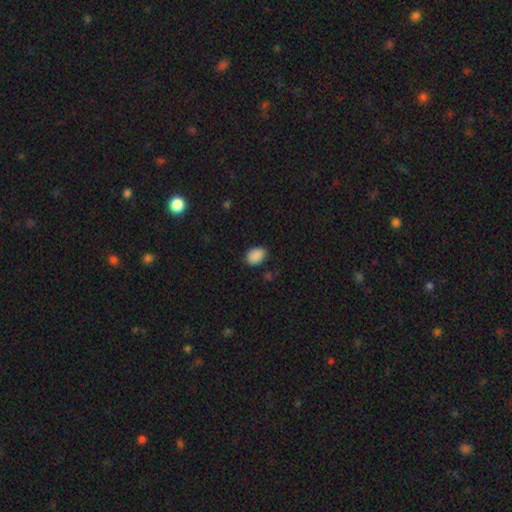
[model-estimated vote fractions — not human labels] This appears to be a smooth galaxy with no disk features (89%) that is in between round and cigar-shaped (77%). Merging: none (79%).